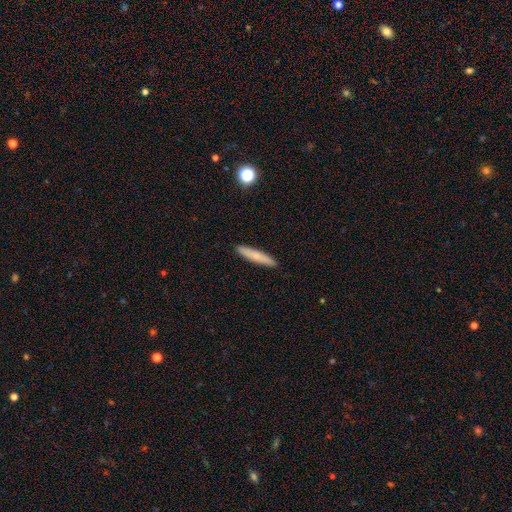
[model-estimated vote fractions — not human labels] smooth_or_featured: smooth (p=0.75) [alt: featured or disk p=0.19]
how_rounded: cigar-shaped (p=0.91) [alt: in between p=0.07]
merging: none (p=0.91) [alt: minor disturbance p=0.06]